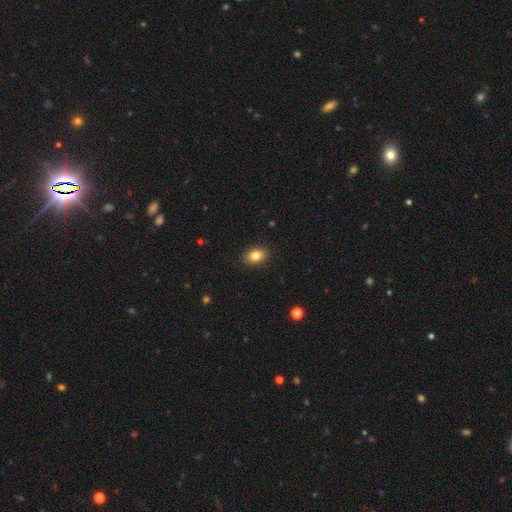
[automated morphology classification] Smooth or featured: smooth — 83% (star or artifact — 9%)
How rounded: in between — 77% (round — 22%)
Merging: none — 89% (minor disturbance — 8%)